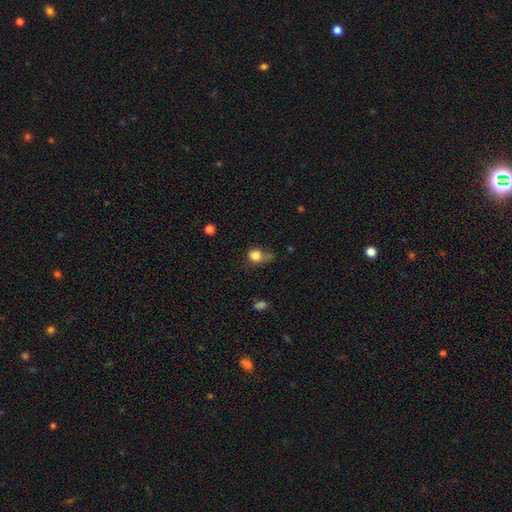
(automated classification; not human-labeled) The model was most divided on "merging": none: 36%, minor disturbance: 34%, major disturbance: 23%, merger: 6%. More confident: smooth or featured — smooth (81%); how rounded — round (68%).